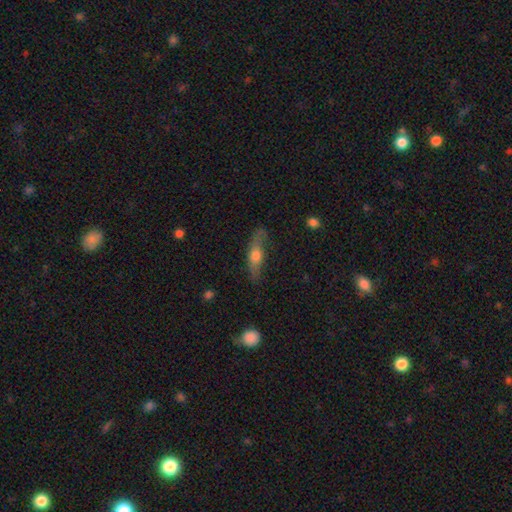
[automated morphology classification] A smooth galaxy with no disk features (49%). Merging: none (72%).